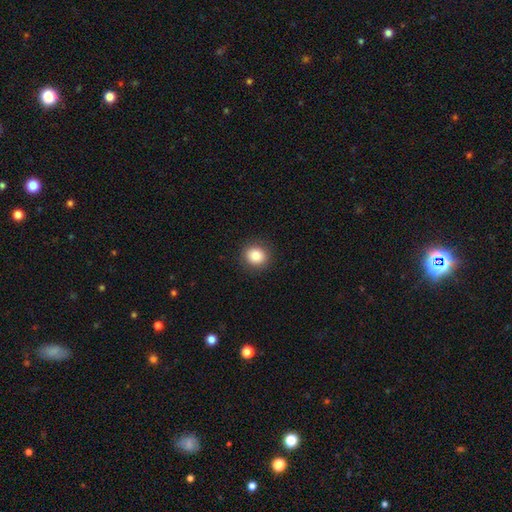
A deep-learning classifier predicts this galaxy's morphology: smooth 84%, star or artifact 10%, featured or disk 6%. Down the decision tree: how rounded — round (85%); merging — none (91%).